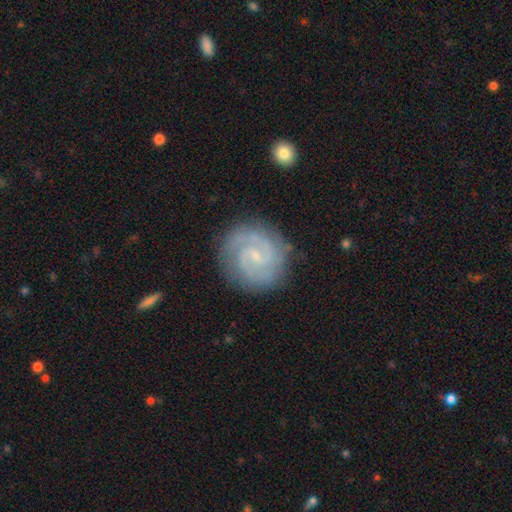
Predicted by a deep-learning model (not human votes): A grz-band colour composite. It shows a featured or disk galaxy (90%) with no bar (48%), 2 (80%) tight (58%) spiral arms (98%) and a small central bulge (79%). Merging: none (83%).